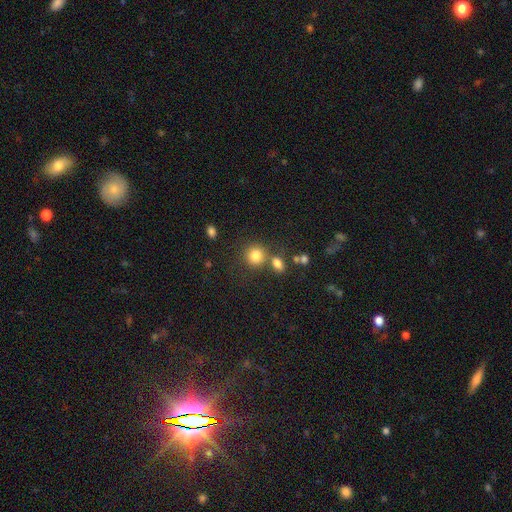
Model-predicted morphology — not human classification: Overall: smooth (81%). How rounded: round (85%). Merging: none (66%).